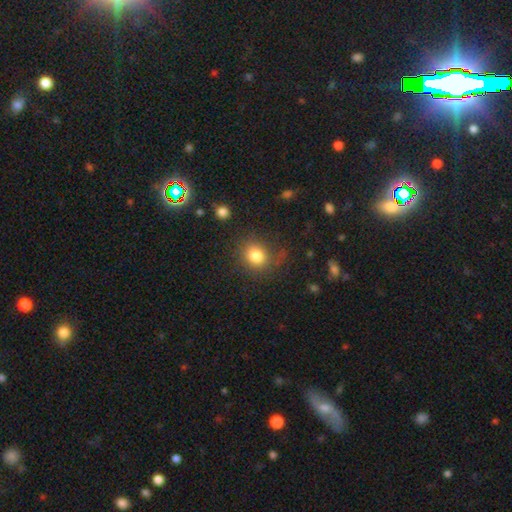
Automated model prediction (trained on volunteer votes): Smooth or featured? Predicted: smooth (p=0.82). How rounded? Predicted: round (p=0.71). Merging? Predicted: none (p=0.75).